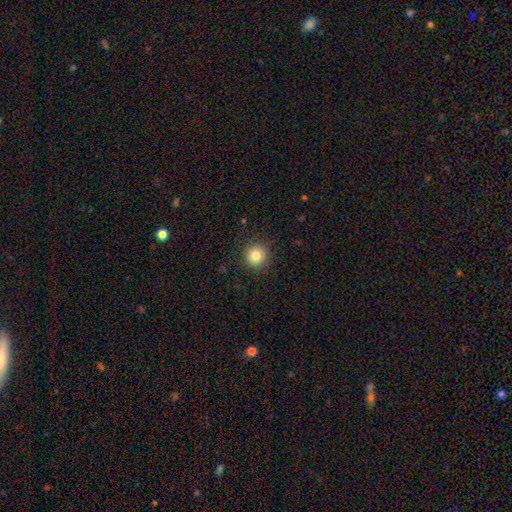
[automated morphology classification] type=smooth (82%); roundness=round (94%); merging=none (89%).